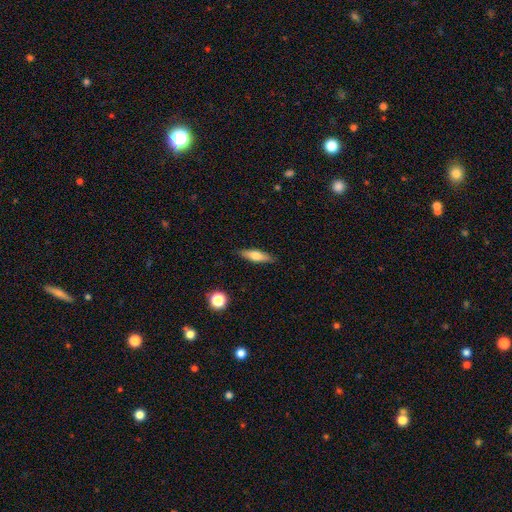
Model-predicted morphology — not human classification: Overall: smooth (60%; featured or disk 32%). How rounded: cigar-shaped (61%; in between 37%). Merging: none (87%).